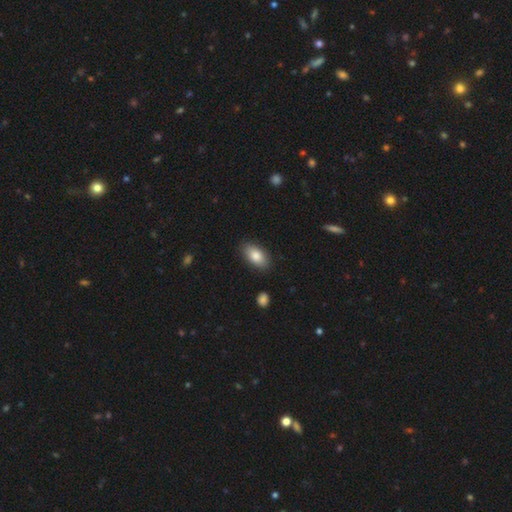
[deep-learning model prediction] smooth 83%, featured or disk 10%, star or artifact 7%. Down the decision tree: how rounded — in between (92%); merging — none (86%).